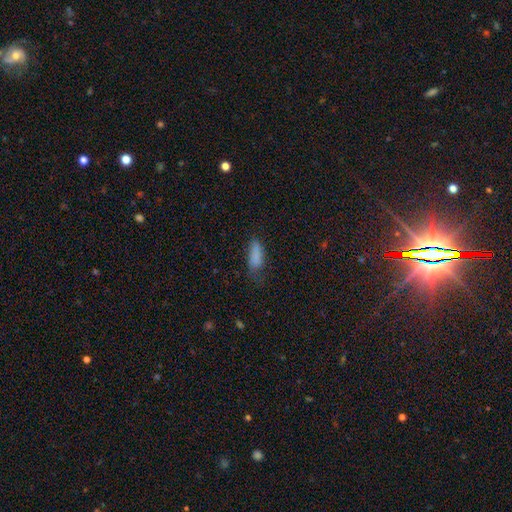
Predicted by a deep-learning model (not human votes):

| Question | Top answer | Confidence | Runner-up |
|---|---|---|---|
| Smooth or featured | smooth | 82% | star or artifact (9%) |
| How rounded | in between | 64% | cigar-shaped (33%) |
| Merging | none | 53% | minor disturbance (31%) |